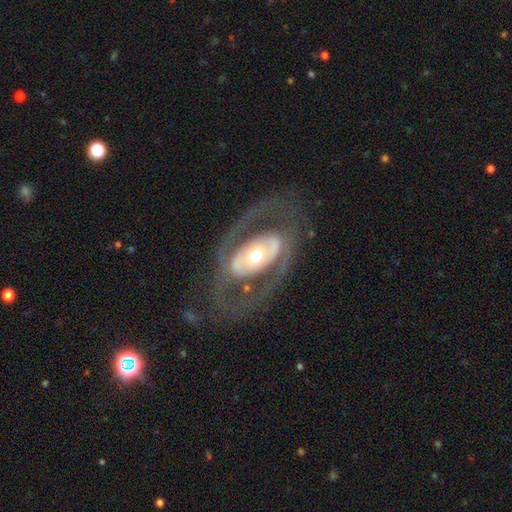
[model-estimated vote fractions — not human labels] smooth-or-featured: featured or disk: 81% | smooth: 15% | star or artifact: 5%
  disk-edge-on: no: 93% | yes: 7%
    bar: no: 55% | strong: 24% | weak: 21%
    has-spiral-arms: yes: 56% | no: 44%
    bulge-size: moderate: 67% | large: 19% | small: 11% | dominant: 2% | none: 1%
  merging: none: 72% | major disturbance: 15% | minor disturbance: 12% | merger: 1%